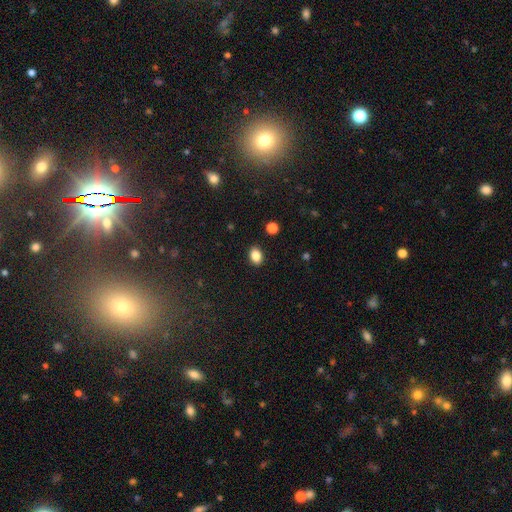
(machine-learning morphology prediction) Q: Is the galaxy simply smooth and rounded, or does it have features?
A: smooth — 86%.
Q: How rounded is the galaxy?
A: in between — 74%.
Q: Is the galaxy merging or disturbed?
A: none — 89%.